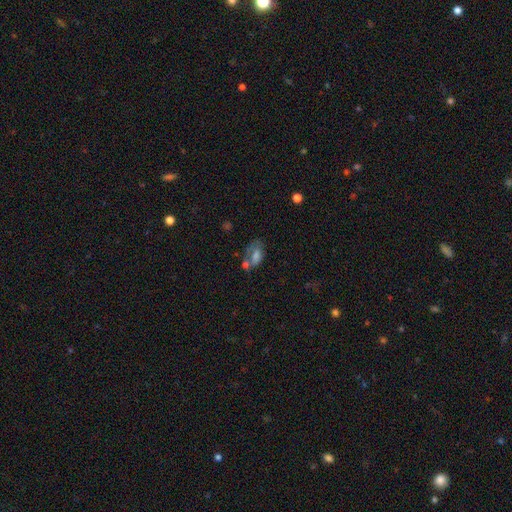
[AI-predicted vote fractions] A smooth galaxy with no disk features (51%) that is in between round and cigar-shaped (86%).

Vote fractions:
- Smooth or featured? smooth: 51% / featured or disk: 34% / star or artifact: 15%
- How rounded? in between: 86% / round: 9% / cigar-shaped: 4%
- Merging? none: 34% / merger: 28% / minor disturbance: 19% / major disturbance: 19%